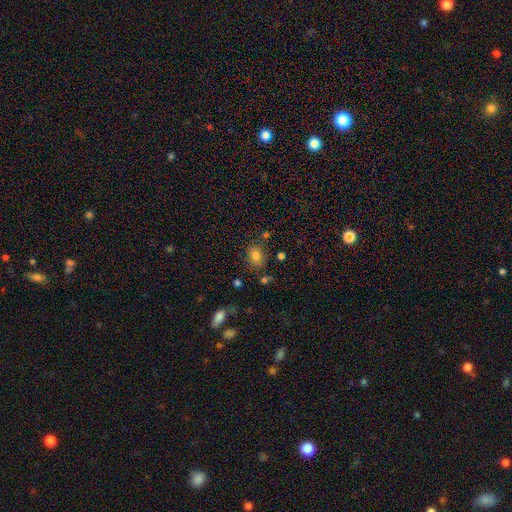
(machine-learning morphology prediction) Smooth or featured? Predicted: smooth (p=0.78). How rounded? Predicted: in between (p=0.62). Merging? Predicted: none (p=0.74).